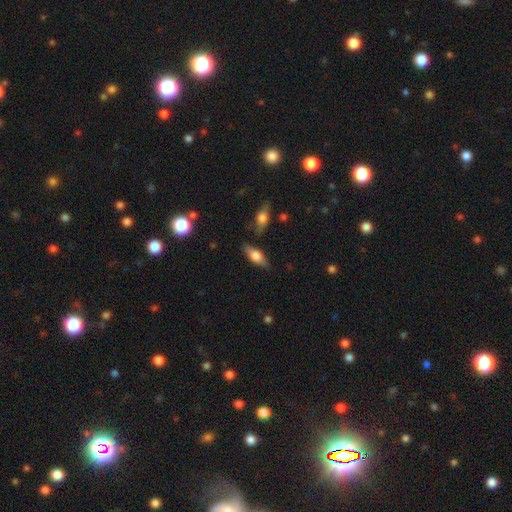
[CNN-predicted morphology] A smooth galaxy with no disk features (54%) that is in between round and cigar-shaped (71%). Merging: none (76%).